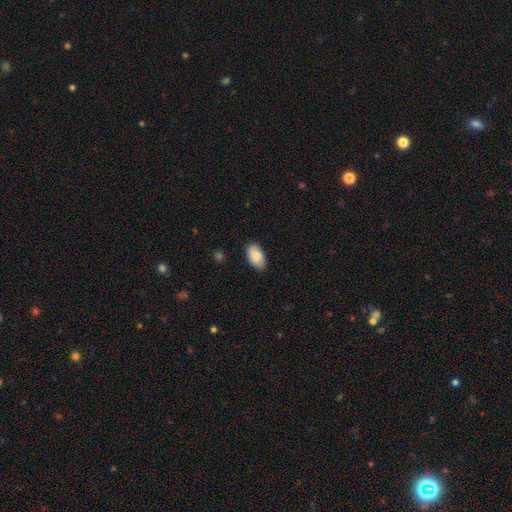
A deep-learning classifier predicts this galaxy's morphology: Smooth or featured?
  - smooth: 87% *
  - featured or disk: 7%
  - star or artifact: 6%
How rounded?
  - in between: 95% *
  - round: 3%
  - cigar-shaped: 2%
Merging?
  - none: 84% *
  - minor disturbance: 12%
  - major disturbance: 2%
  - merger: 1%